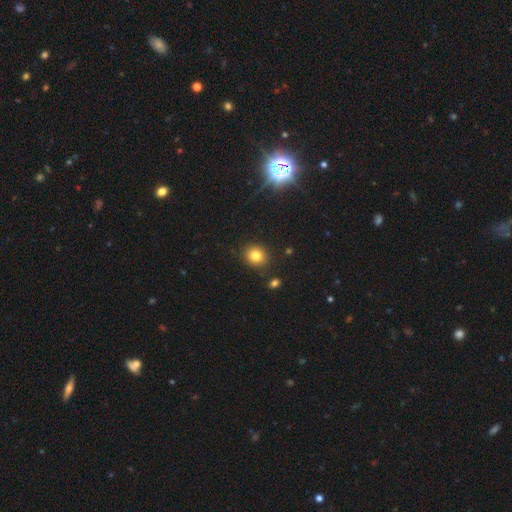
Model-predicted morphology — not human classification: Smooth or featured? smooth (80%)
How rounded? round (76%)
Merging? none (87%)